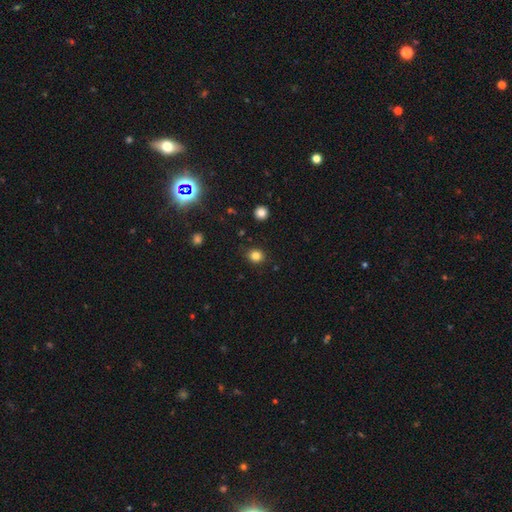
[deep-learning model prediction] Smooth or featured? Predicted: smooth (p=0.82). How rounded? Predicted: round (p=0.77). Merging? Predicted: none (p=0.86).